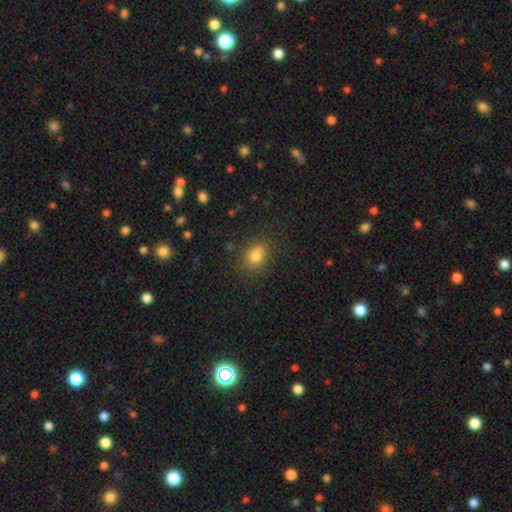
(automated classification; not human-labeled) smooth_or_featured: smooth (p=0.77) [alt: star or artifact p=0.13]
how_rounded: round (p=0.51) [alt: in between p=0.48]
merging: none (p=0.66) [alt: minor disturbance p=0.17]